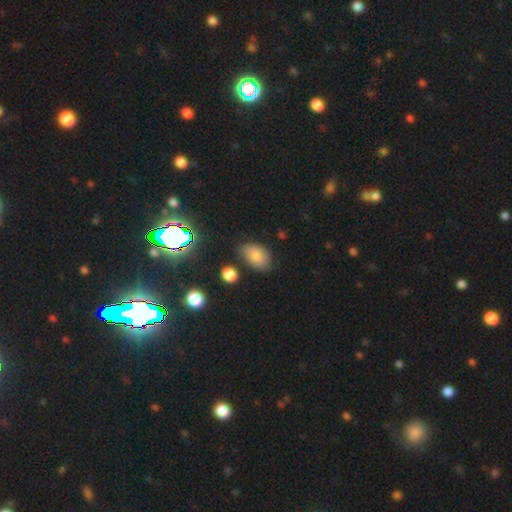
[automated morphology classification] Overall: smooth (80%). How rounded: in between (88%). Merging: none (71%).